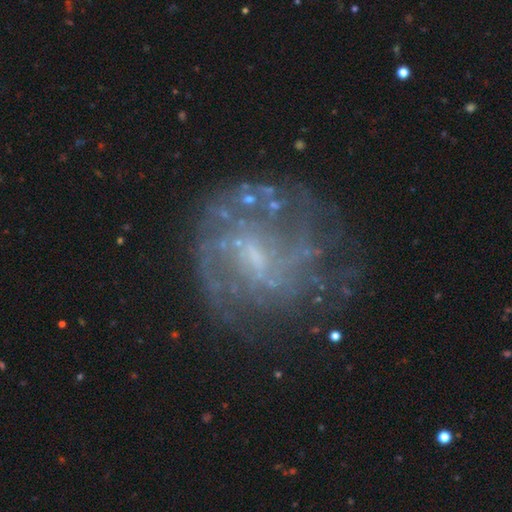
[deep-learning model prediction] Smooth or featured?
  - featured or disk: 77% *
  - smooth: 12%
  - star or artifact: 11%
Edge-on disk?
  - no: 98% *
  - yes: 2%
Bar?
  - weak: 52% *
  - no: 35%
  - strong: 13%
Spiral arms?
  - yes: 75% *
  - no: 25%
Spiral winding?
  - tight: 40% *
  - medium: 37%
  - loose: 23%
Spiral arm count?
  - can't tell: 52% *
  - 2: 17%
  - 3: 11%
  - 4: 8%
  - 1: 6%
  - more than 4: 5%
Bulge size?
  - small: 53% *
  - none: 26%
  - moderate: 19%
  - large: 2%
  - dominant: 1%
Merging?
  - none: 65% *
  - minor disturbance: 16%
  - major disturbance: 16%
  - merger: 3%